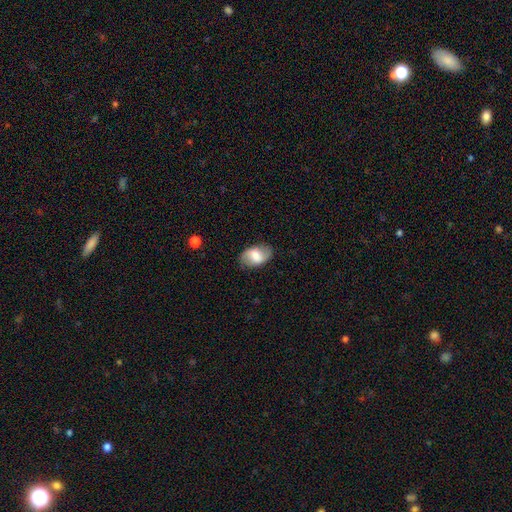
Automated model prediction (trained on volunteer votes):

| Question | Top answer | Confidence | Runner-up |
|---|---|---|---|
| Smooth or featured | smooth | 51% | featured or disk (41%) |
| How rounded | in between | 89% | round (9%) |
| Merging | none | 83% | minor disturbance (12%) |